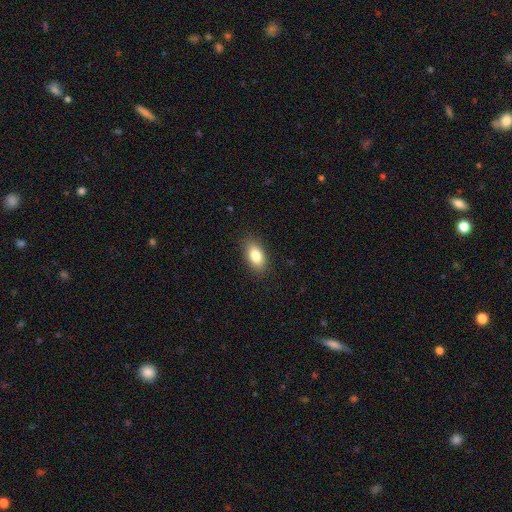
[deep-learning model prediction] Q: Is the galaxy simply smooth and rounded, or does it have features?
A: smooth — 83%.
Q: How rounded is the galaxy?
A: in between — 90%.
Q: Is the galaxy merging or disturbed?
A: none — 87%.